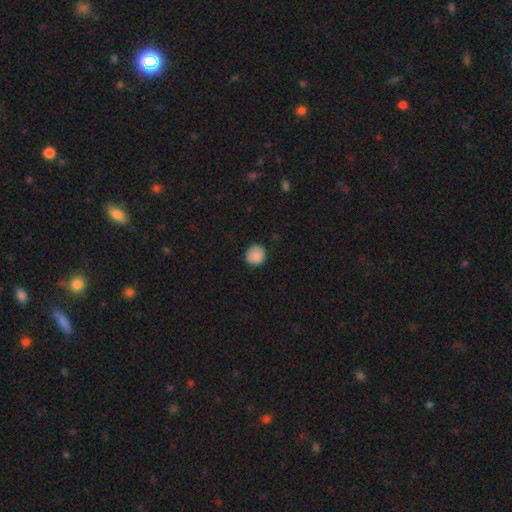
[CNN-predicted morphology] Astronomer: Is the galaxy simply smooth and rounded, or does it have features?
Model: smooth — 88%.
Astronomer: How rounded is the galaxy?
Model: round — 90%.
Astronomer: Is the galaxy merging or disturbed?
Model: none — 86%.